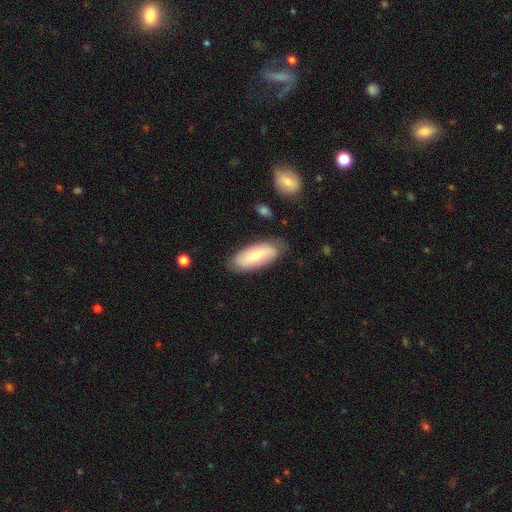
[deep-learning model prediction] Overall: smooth (57%; featured or disk 37%). How rounded: in between (83%). Merging: none (82%).